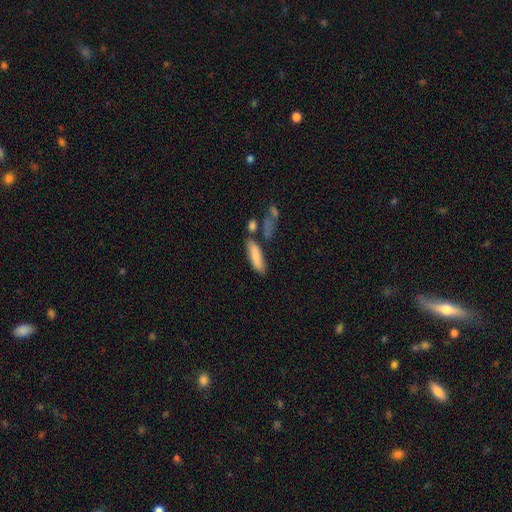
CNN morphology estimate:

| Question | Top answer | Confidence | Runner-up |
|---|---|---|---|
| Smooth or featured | smooth | 80% | featured or disk (14%) |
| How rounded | cigar-shaped | 55% | in between (42%) |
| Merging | none | 65% | minor disturbance (16%) |